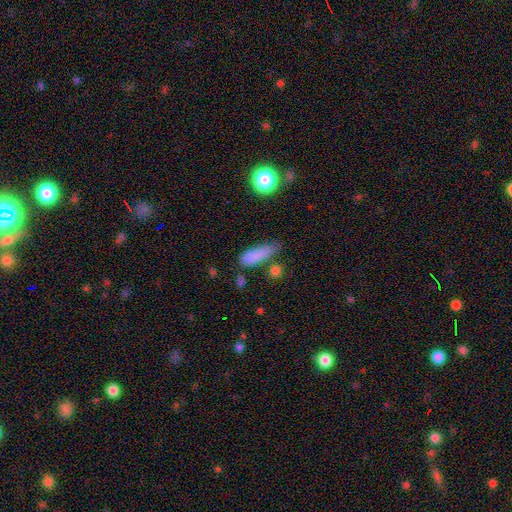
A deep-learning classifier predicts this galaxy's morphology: smooth_or_featured: smooth (p=0.81) [alt: star or artifact p=0.10]
how_rounded: cigar-shaped (p=0.61) [alt: in between p=0.35]
merging: none (p=0.57) [alt: minor disturbance p=0.28]